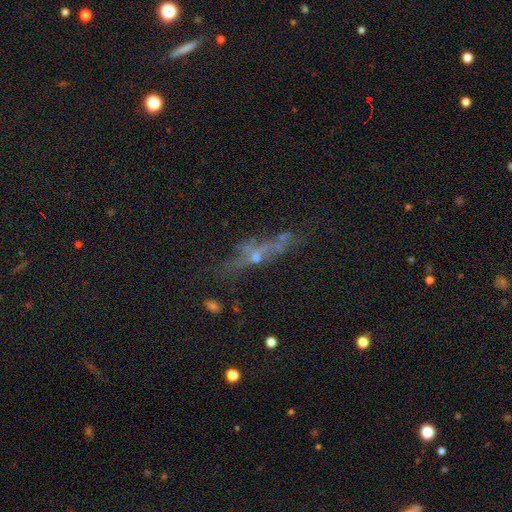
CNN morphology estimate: Overall: featured or disk (47%; smooth 28%). Merging: none (53%; minor disturbance 19%).